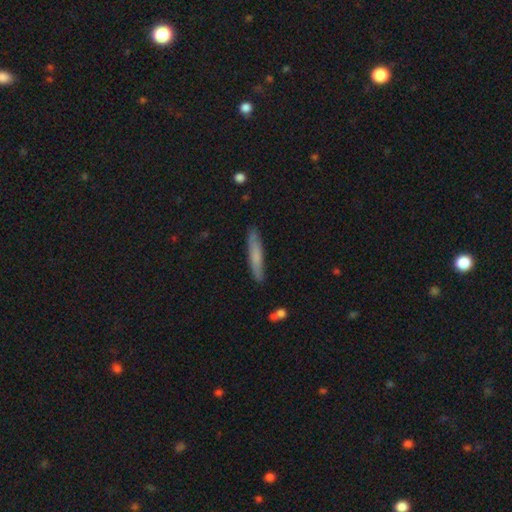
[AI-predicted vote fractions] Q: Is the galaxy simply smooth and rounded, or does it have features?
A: smooth — 68%.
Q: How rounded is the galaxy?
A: cigar-shaped — 92%.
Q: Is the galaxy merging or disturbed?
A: none — 86%.